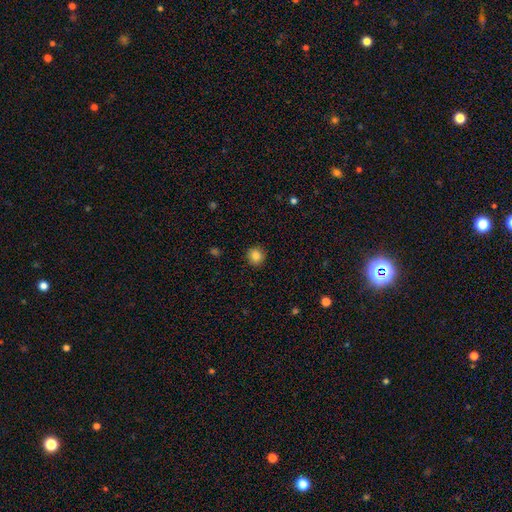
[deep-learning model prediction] Smooth or featured: smooth — 84% (star or artifact — 10%)
How rounded: round — 92% (in between — 7%)
Merging: none — 92% (minor disturbance — 6%)